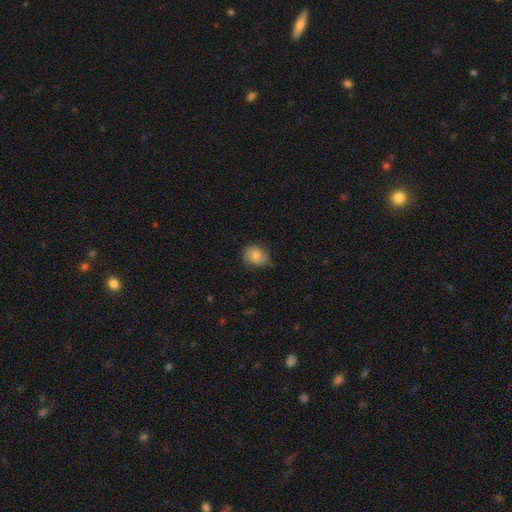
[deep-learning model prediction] smooth 81%, featured or disk 11%, star or artifact 8%. Down the decision tree: how rounded — round (62%); merging — none (67%).